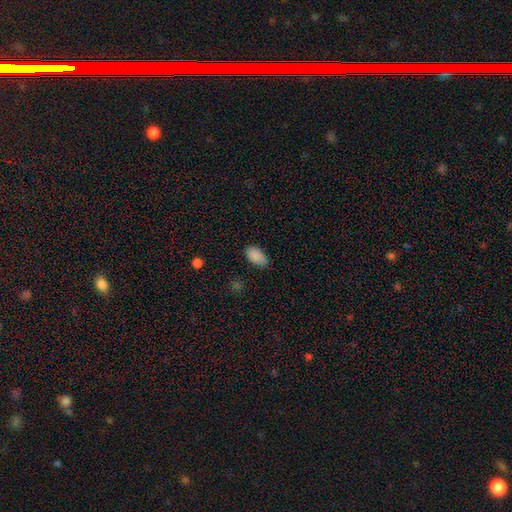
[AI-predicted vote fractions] smooth 88%, star or artifact 8%, featured or disk 5%. Down the decision tree: how rounded — in between (94%); merging — none (76%).